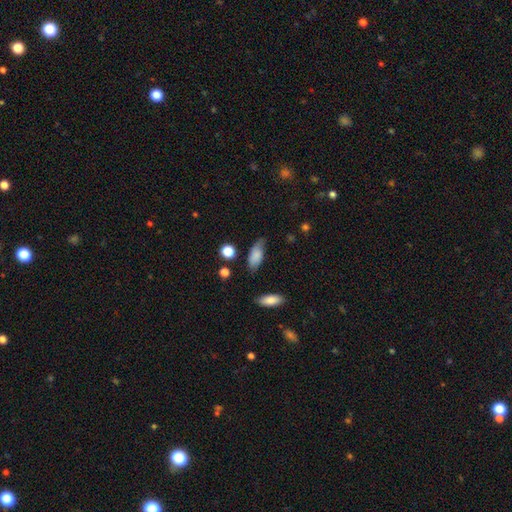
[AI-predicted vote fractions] A smooth galaxy with no disk features (80%) that is in between round and cigar-shaped (83%).

Vote fractions:
- Smooth or featured? smooth: 80% / featured or disk: 12% / star or artifact: 8%
- How rounded? in between: 83% / cigar-shaped: 14% / round: 3%
- Merging? none: 64% / minor disturbance: 28% / major disturbance: 6% / merger: 2%